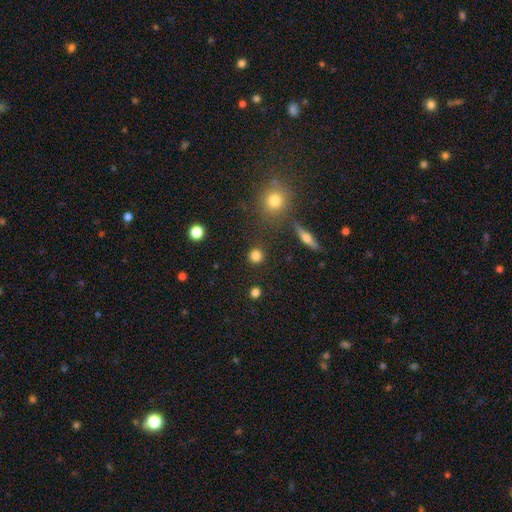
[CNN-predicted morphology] Q: Smooth or featured?
A: smooth (83%); runner-up: star or artifact (11%)
Q: How rounded?
A: round (92%); runner-up: in between (6%)
Q: Merging?
A: none (89%); runner-up: minor disturbance (6%)